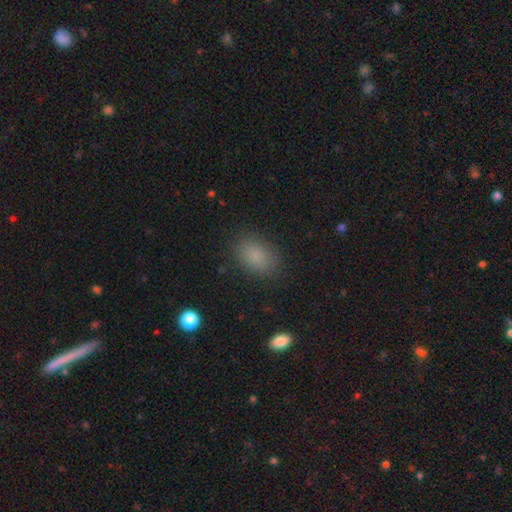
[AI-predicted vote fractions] The model was most divided on "how rounded": in between: 84%, round: 15%, cigar-shaped: 1%. More confident: merging — none (85%); smooth or featured — smooth (85%).